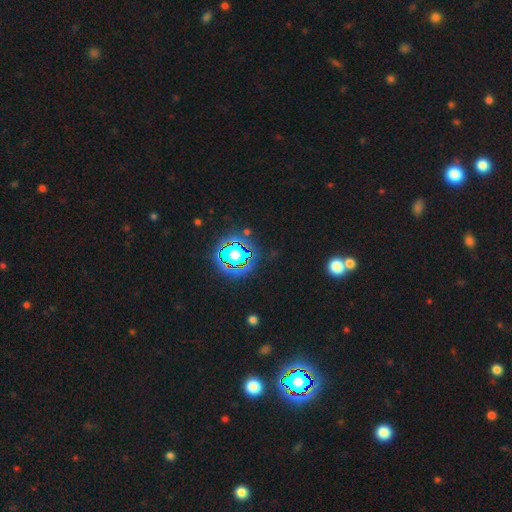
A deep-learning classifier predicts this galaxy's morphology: The model was most divided on "smooth or featured": star or artifact: 77%, smooth: 14%, featured or disk: 8%.